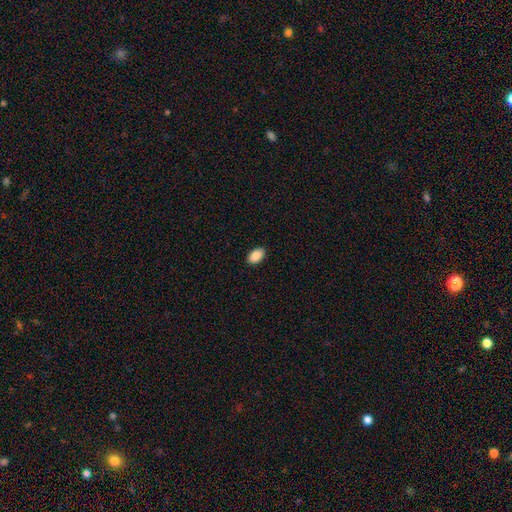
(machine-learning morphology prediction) Smooth or featured?
  - smooth: 89% *
  - star or artifact: 7%
  - featured or disk: 4%
How rounded?
  - in between: 93% *
  - round: 6%
  - cigar-shaped: 1%
Merging?
  - none: 90% *
  - minor disturbance: 8%
  - major disturbance: 2%
  - merger: 1%